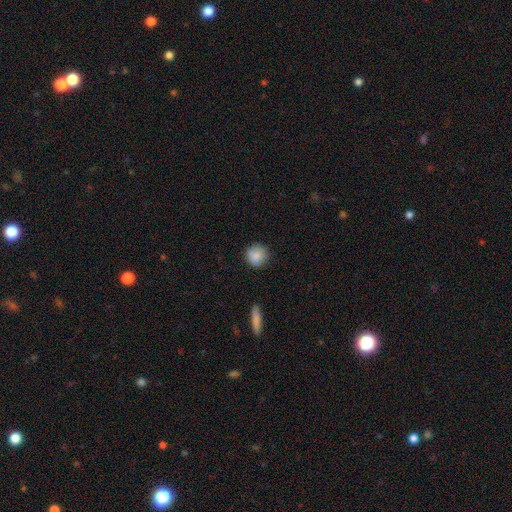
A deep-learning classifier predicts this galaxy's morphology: Q: Smooth or featured?
A: smooth (86%); runner-up: star or artifact (8%)
Q: How rounded?
A: round (91%); runner-up: in between (8%)
Q: Merging?
A: none (82%); runner-up: minor disturbance (14%)